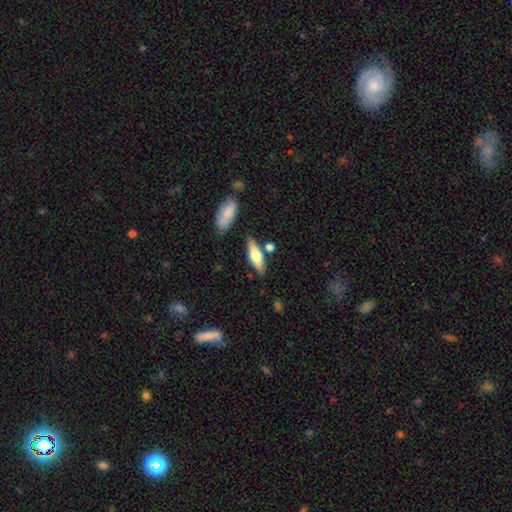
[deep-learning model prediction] smooth-or-featured: smooth: 59% | featured or disk: 35% | star or artifact: 6%
  how-rounded: in between: 52% | cigar-shaped: 45% | round: 3%
  merging: none: 77% | minor disturbance: 12% | merger: 8% | major disturbance: 3%